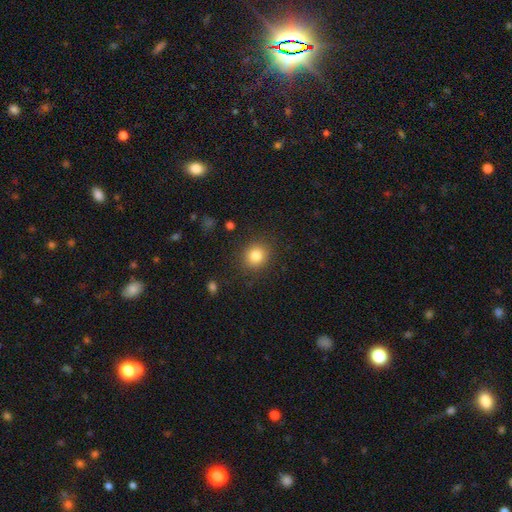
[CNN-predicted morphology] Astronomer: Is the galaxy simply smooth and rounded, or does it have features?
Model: smooth — 83%.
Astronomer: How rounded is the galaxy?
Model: round — 81%.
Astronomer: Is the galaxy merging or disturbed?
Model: none — 87%.